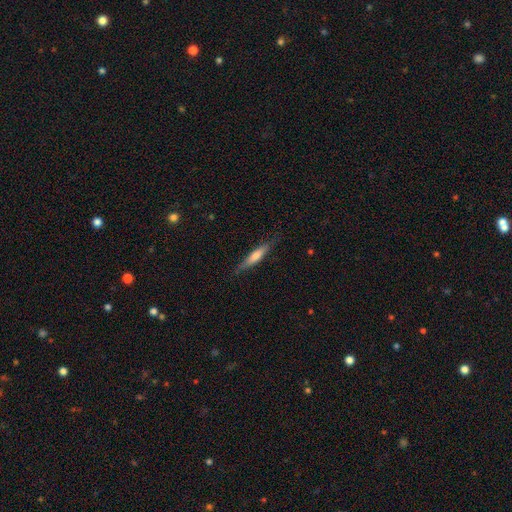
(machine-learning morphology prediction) This is possibly a smooth galaxy (59%). How rounded: clearly cigar-shaped (87%). Merging: clearly none (82%).